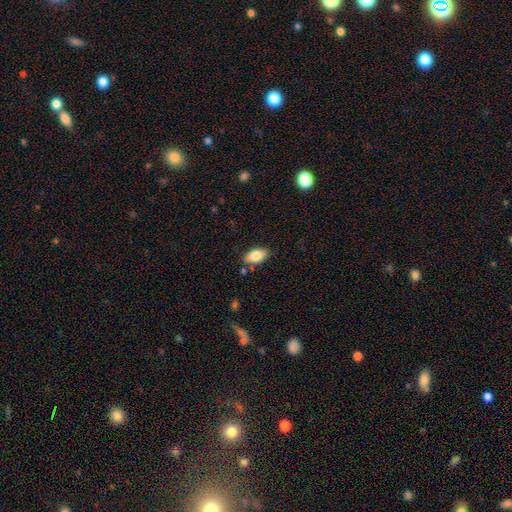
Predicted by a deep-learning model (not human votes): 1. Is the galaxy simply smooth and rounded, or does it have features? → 81% smooth, 11% featured or disk, 7% star or artifact.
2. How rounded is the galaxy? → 92% in between, 4% round, 4% cigar-shaped.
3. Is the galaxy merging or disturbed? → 81% none, 13% minor disturbance, 4% merger, 3% major disturbance.